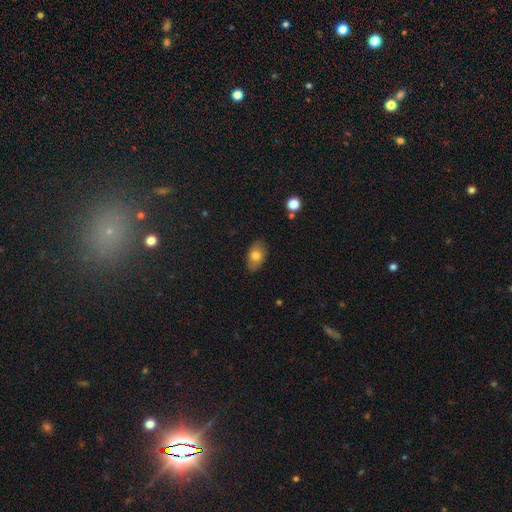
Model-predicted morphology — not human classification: Q: Smooth or featured?
A: smooth (75%); runner-up: featured or disk (17%)
Q: How rounded?
A: in between (89%); runner-up: round (9%)
Q: Merging?
A: none (84%); runner-up: minor disturbance (12%)